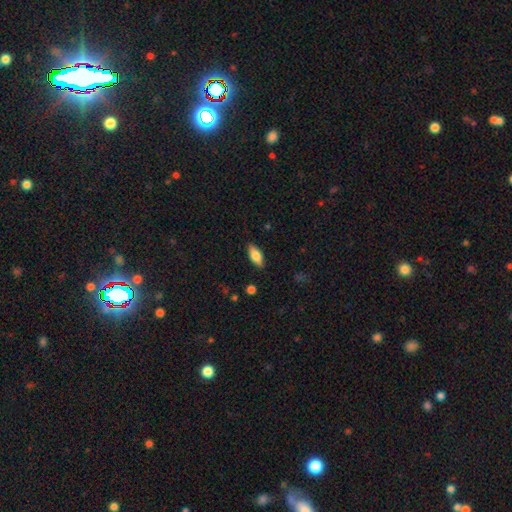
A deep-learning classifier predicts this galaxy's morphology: A smooth galaxy with no disk features (78%) that is in between round and cigar-shaped (81%).

Vote fractions:
- Smooth or featured? smooth: 78% / featured or disk: 16% / star or artifact: 7%
- How rounded? in between: 81% / cigar-shaped: 16% / round: 2%
- Merging? none: 87% / minor disturbance: 10% / major disturbance: 2% / merger: 1%